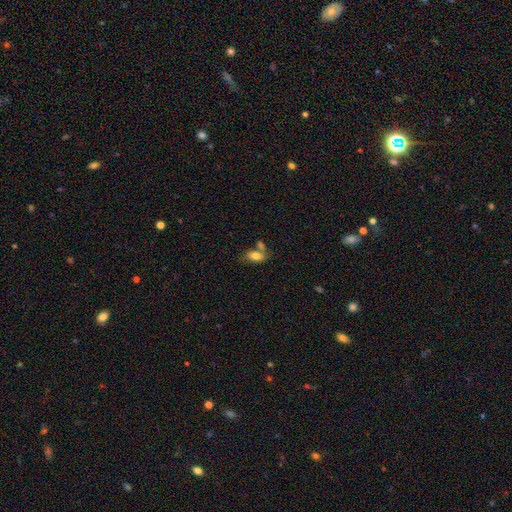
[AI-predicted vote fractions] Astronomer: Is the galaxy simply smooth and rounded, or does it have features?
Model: smooth — 75%.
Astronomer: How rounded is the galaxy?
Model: in between — 87%.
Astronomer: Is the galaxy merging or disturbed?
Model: none — 48% (runner-up: merger, 32%).